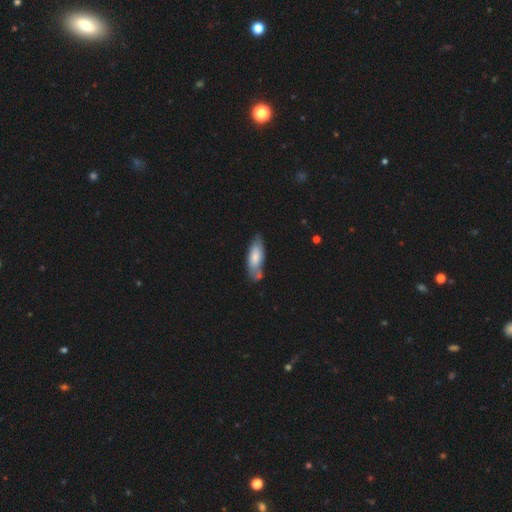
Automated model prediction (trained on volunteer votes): This appears to be a smooth galaxy with no disk features (63%) that is in between round and cigar-shaped (61%). Merging: none (65%).